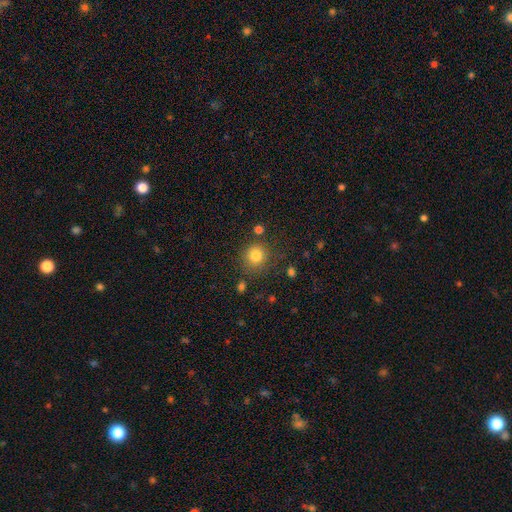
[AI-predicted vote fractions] This appears to be a smooth galaxy with no disk features (82%) that is round (91%). Merging: none (82%).